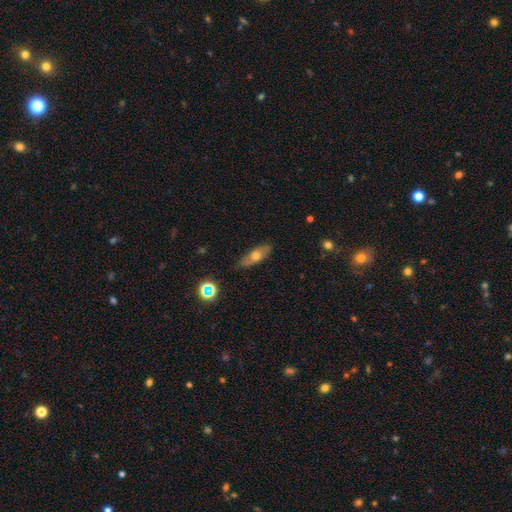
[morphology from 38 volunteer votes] A smooth galaxy with no disk features (58%) that is in between round and cigar-shaped (68%). Merging: none (74%).